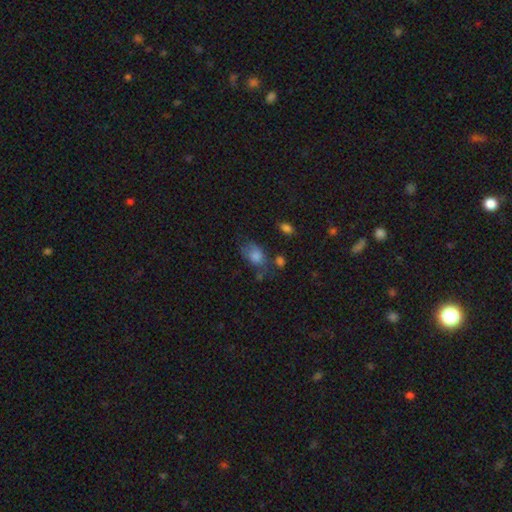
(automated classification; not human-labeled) Morphology: type=smooth (75%); roundness=in between (79%); merging=none (47%).